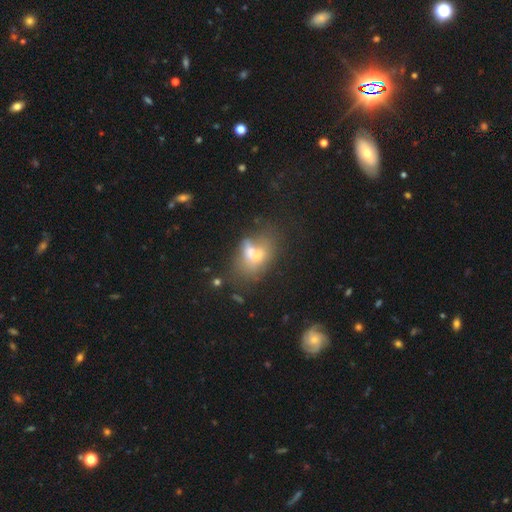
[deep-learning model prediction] Smooth or featured: smooth — 50% (featured or disk — 34%)
How rounded: in between — 72% (round — 25%)
Merging: merger — 45% (none — 26%)